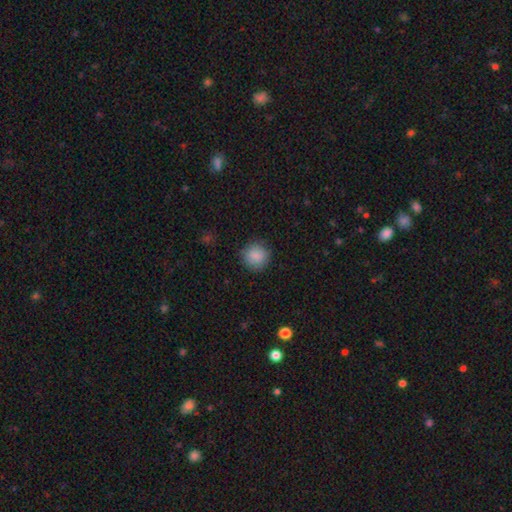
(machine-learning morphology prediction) smooth-or-featured: smooth: 86% | star or artifact: 8% | featured or disk: 5%
  how-rounded: round: 92% | in between: 7% | cigar-shaped: 1%
  merging: none: 87% | minor disturbance: 9% | major disturbance: 3% | merger: 1%